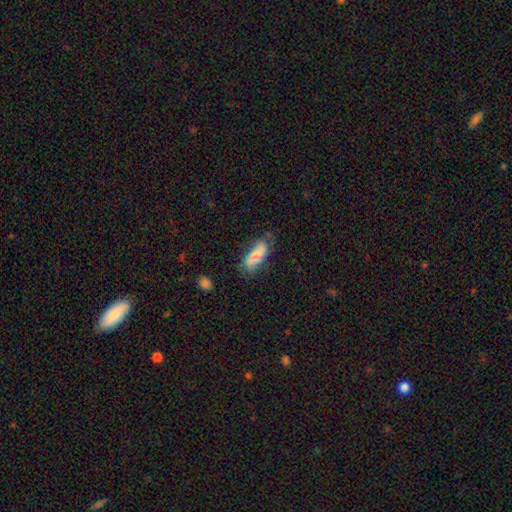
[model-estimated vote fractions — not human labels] Q: Smooth or featured?
A: smooth (66%); runner-up: featured or disk (27%)
Q: How rounded?
A: in between (71%); runner-up: cigar-shaped (27%)
Q: Merging?
A: none (67%); runner-up: minor disturbance (25%)